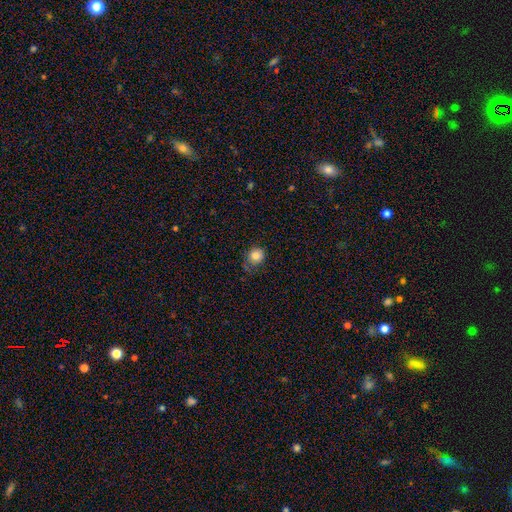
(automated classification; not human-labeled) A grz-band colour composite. It shows a smooth galaxy with no disk features (82%) that is round (80%). Merging: none (60%).